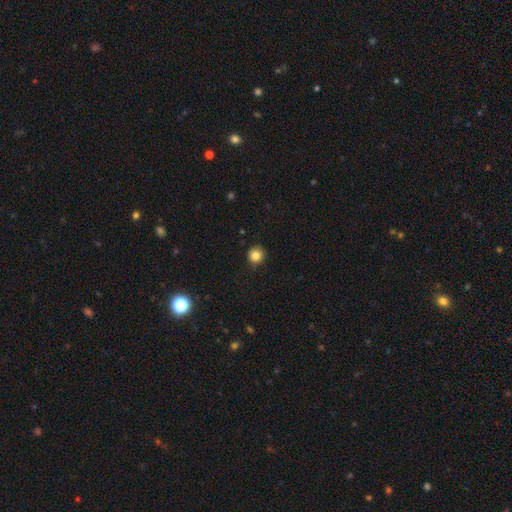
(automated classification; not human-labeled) Smooth or featured?
  - smooth: 83% *
  - star or artifact: 12%
  - featured or disk: 5%
How rounded?
  - round: 93% *
  - in between: 6%
  - cigar-shaped: 1%
Merging?
  - none: 87% *
  - minor disturbance: 10%
  - major disturbance: 2%
  - merger: 1%